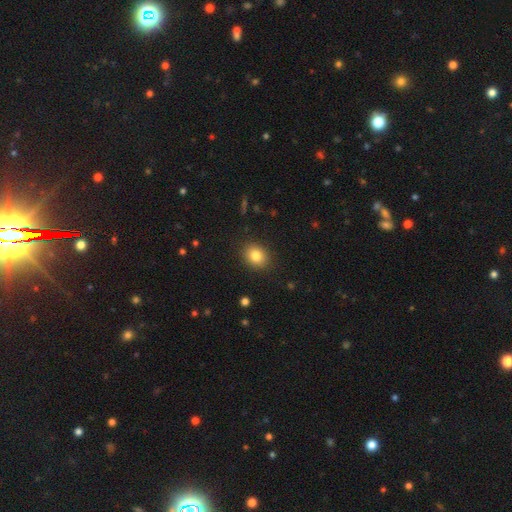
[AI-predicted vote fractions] Overall: smooth (82%). How rounded: round (57%; in between 42%). Merging: none (89%).